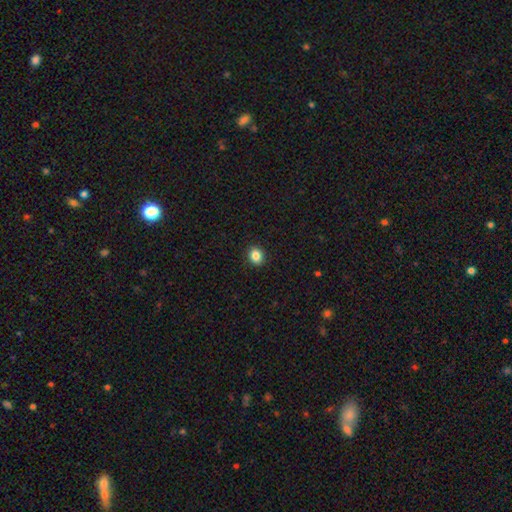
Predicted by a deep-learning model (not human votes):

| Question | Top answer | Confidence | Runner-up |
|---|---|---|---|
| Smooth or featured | smooth | 86% | star or artifact (10%) |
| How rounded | round | 52% | in between (47%) |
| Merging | none | 91% | minor disturbance (6%) |